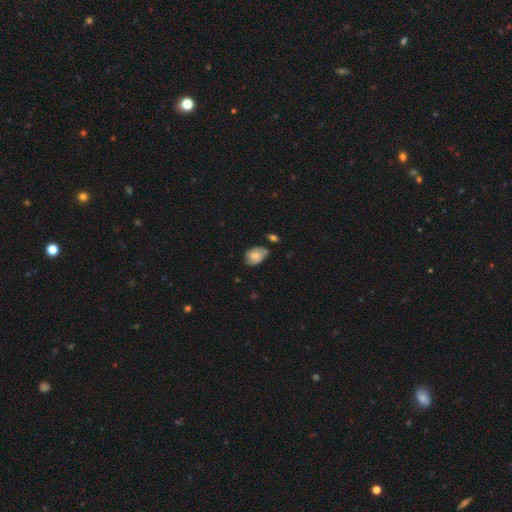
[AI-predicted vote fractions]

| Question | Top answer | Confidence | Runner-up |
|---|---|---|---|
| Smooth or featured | smooth | 61% | featured or disk (30%) |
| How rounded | in between | 76% | round (23%) |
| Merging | none | 55% | minor disturbance (30%) |